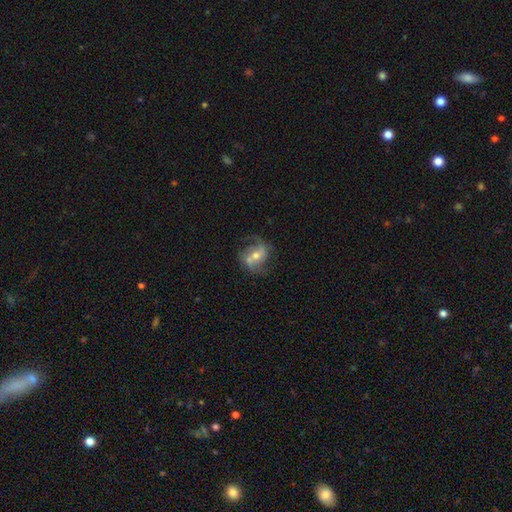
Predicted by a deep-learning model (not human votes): A featured or disk galaxy (74%) with a weak bar (40%), 2 (84%) loose (45%) spiral arms (89%) and a moderate central bulge (62%).

Vote fractions:
- Smooth or featured? featured or disk: 74% / smooth: 19% / star or artifact: 8%
- Edge-on disk? no: 97% / yes: 3%
- Bar? weak: 40% / no: 37% / strong: 23%
- Spiral arms? yes: 89% / no: 11%
- Spiral winding? loose: 45% / medium: 42% / tight: 14%
- Spiral arm count? 2: 84% / can't tell: 6% / 3: 4% / 1: 3% / 4: 1% / more than 4: 1%
- Bulge size? moderate: 62% / small: 32% / large: 4% / none: 2% / dominant: 1%
- Merging? none: 65% / minor disturbance: 19% / major disturbance: 11% / merger: 5%